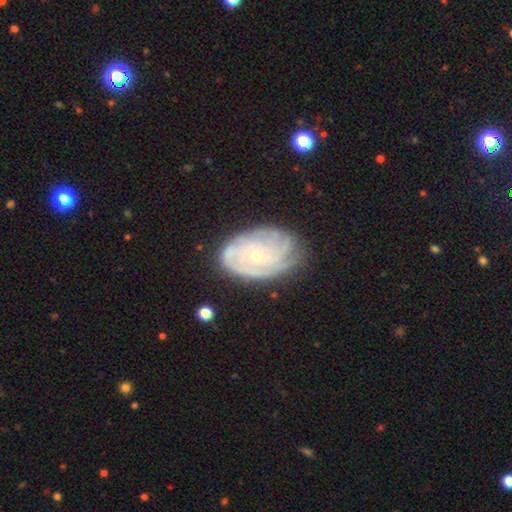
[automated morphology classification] This is clearly a featured or disk galaxy (81%). It is clearly not viewed edge-on (96%). Bar: likely no (80%). Spiral arm pattern: clearly yes (93%). Spiral arm count: marginally can't tell (42%). Spiral winding: likely tight (74%). Central bulge: likely small (67%). Merging: likely none (70%).